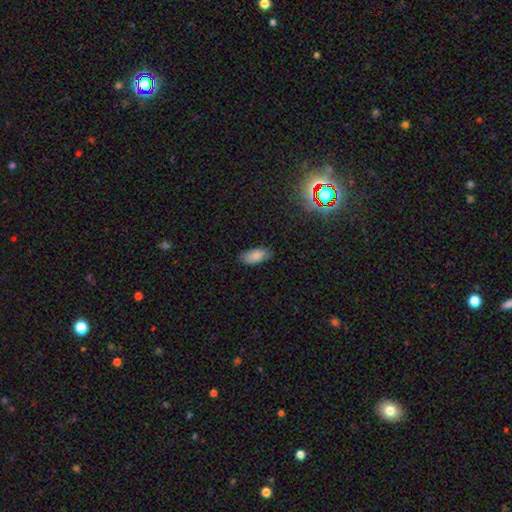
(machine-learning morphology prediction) The model was most divided on "merging": none: 83%, minor disturbance: 13%, major disturbance: 3%, merger: 1%. More confident: how rounded — in between (89%); smooth or featured — smooth (85%).